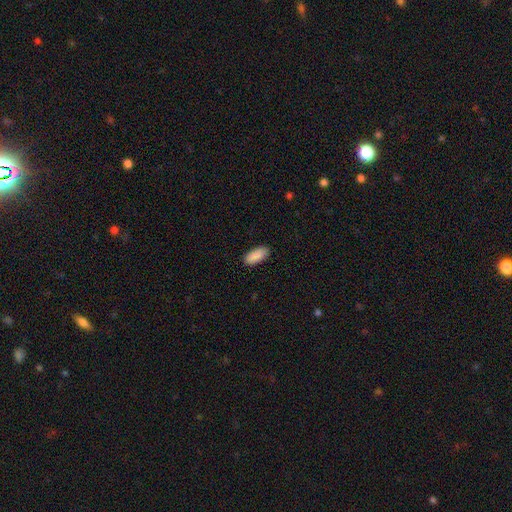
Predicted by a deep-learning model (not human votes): Morphology: type=smooth (91%); roundness=in between (88%); merging=none (89%).